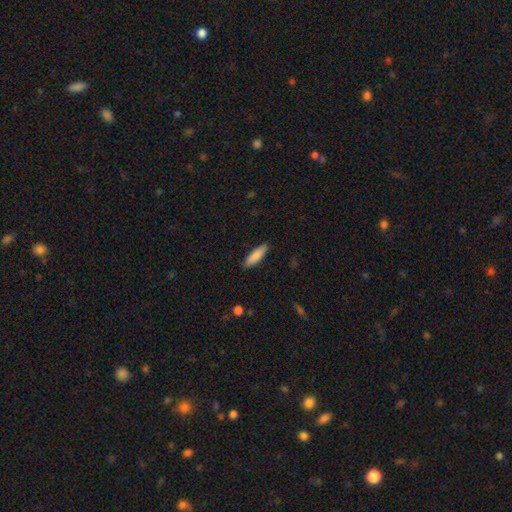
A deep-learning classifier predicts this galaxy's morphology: The model was most divided on "how rounded": cigar-shaped: 57%, in between: 42%, round: 1%. More confident: merging — none (88%); smooth or featured — smooth (86%).